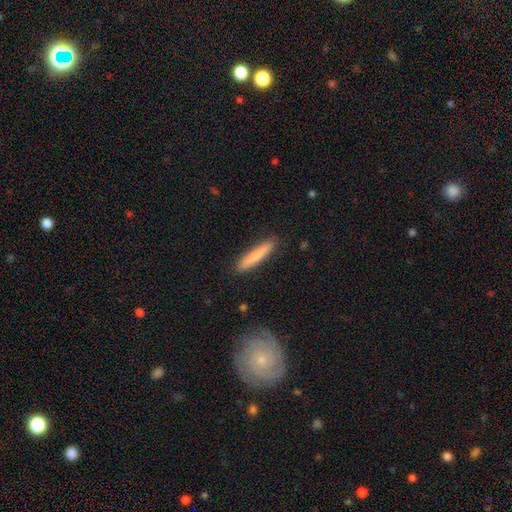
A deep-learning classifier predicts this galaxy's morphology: smooth 78%, featured or disk 16%, star or artifact 6%. Down the decision tree: how rounded — cigar-shaped (92%); merging — none (90%).